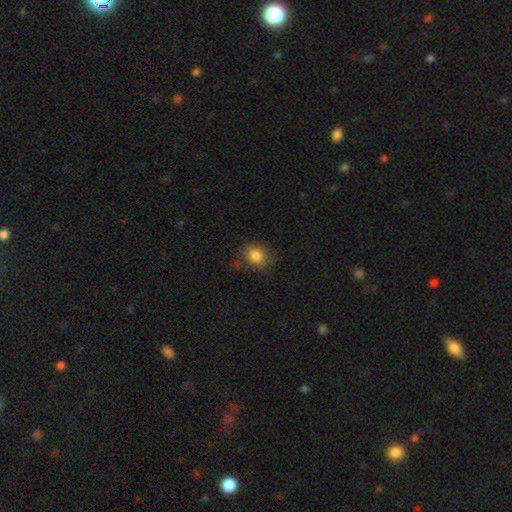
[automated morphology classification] A smooth galaxy with no disk features (84%) that is round (54%). Merging: none (74%).